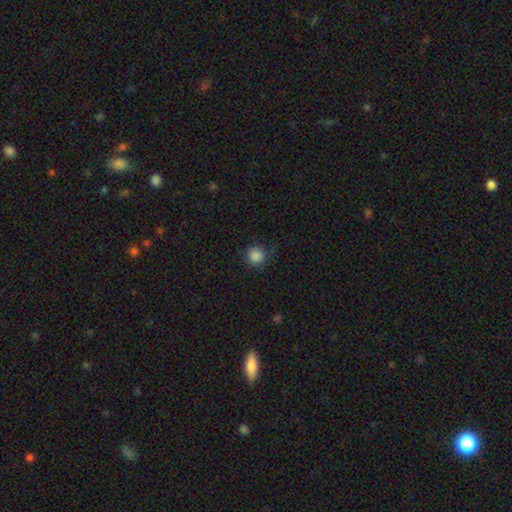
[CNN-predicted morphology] Q: Smooth or featured?
A: smooth (86%); runner-up: star or artifact (11%)
Q: How rounded?
A: round (94%); runner-up: in between (5%)
Q: Merging?
A: none (83%); runner-up: minor disturbance (12%)